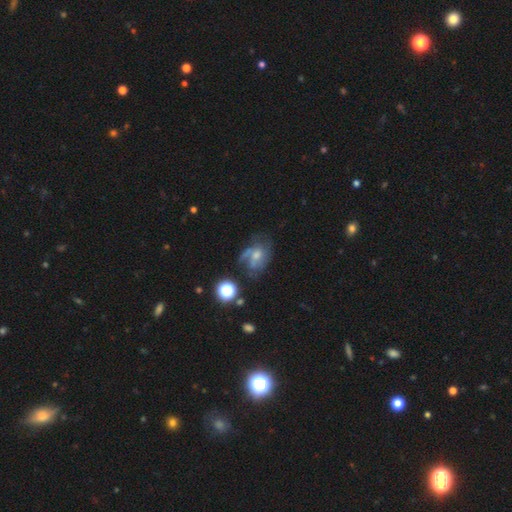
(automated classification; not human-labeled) A featured or disk galaxy (60%) with no bar (61%), spiral arms (78%) and a moderate central bulge (43%).

Vote fractions:
- Smooth or featured? featured or disk: 60% / smooth: 27% / star or artifact: 13%
- Edge-on disk? no: 97% / yes: 3%
- Bar? no: 61% / weak: 33% / strong: 6%
- Spiral arms? yes: 78% / no: 22%
- Bulge size? moderate: 43% / small: 38% / none: 11% / large: 6% / dominant: 2%
- Merging? none: 39% / major disturbance: 31% / minor disturbance: 23% / merger: 7%